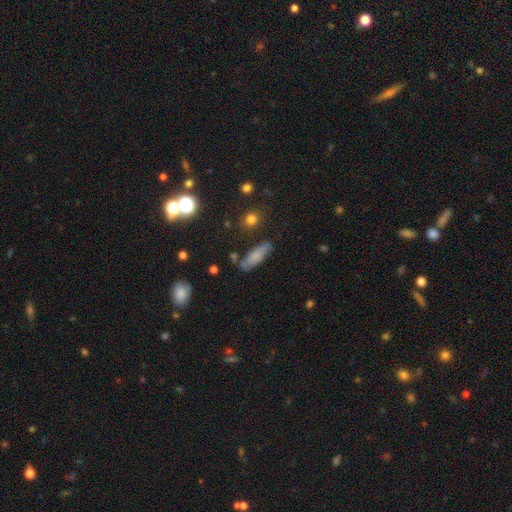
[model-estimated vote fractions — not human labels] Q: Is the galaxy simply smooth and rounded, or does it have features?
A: smooth — 67%.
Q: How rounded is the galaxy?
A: cigar-shaped — 52%.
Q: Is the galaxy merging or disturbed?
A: none — 69%.